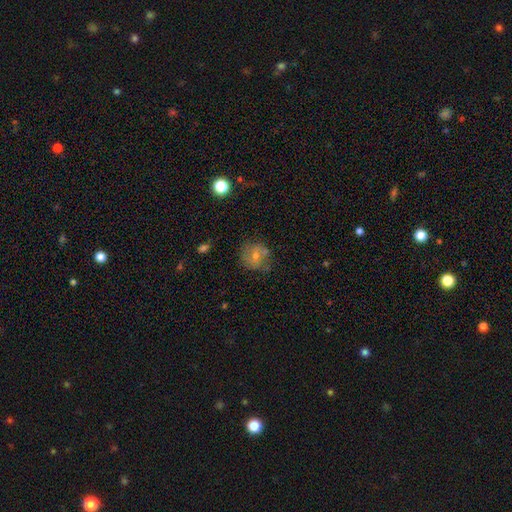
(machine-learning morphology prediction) Smooth or featured? smooth (45%)
Merging? none (68%)